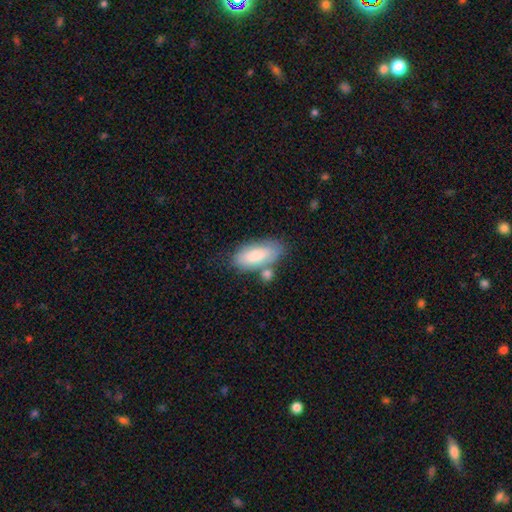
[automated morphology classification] Q: Smooth or featured?
A: smooth (80%); runner-up: featured or disk (13%)
Q: How rounded?
A: in between (86%); runner-up: cigar-shaped (12%)
Q: Merging?
A: none (61%); runner-up: minor disturbance (17%)